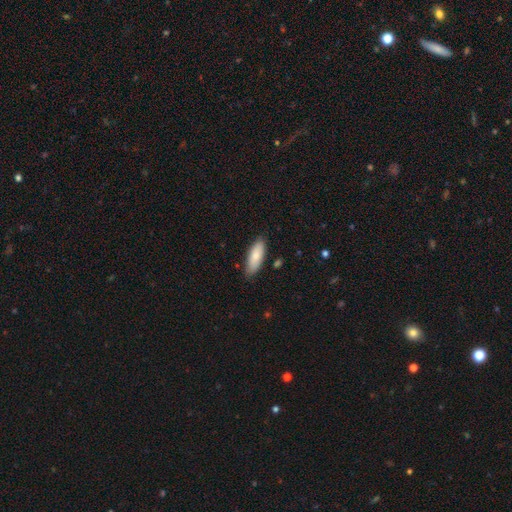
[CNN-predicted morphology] smooth 80%, featured or disk 14%, star or artifact 6%. Down the decision tree: how rounded — in between (70%); merging — none (83%).